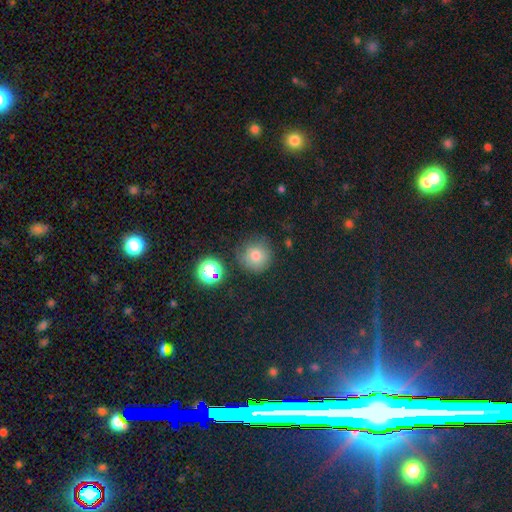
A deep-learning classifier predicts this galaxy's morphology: Q: Smooth or featured?
A: smooth (73%); runner-up: star or artifact (19%)
Q: How rounded?
A: round (94%); runner-up: in between (5%)
Q: Merging?
A: none (82%); runner-up: minor disturbance (12%)